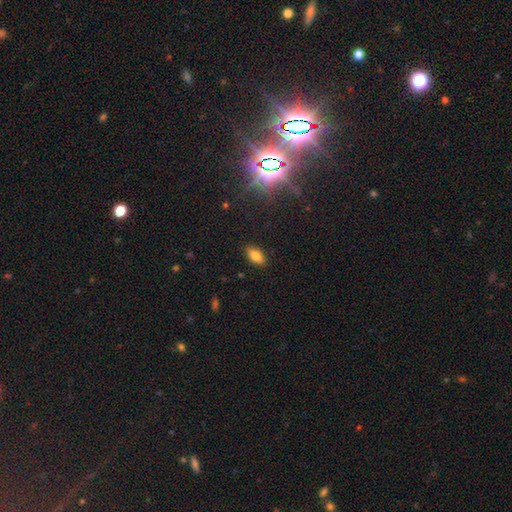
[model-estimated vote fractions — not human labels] A smooth galaxy with no disk features (77%) that is in between round and cigar-shaped (86%). Merging: none (88%).